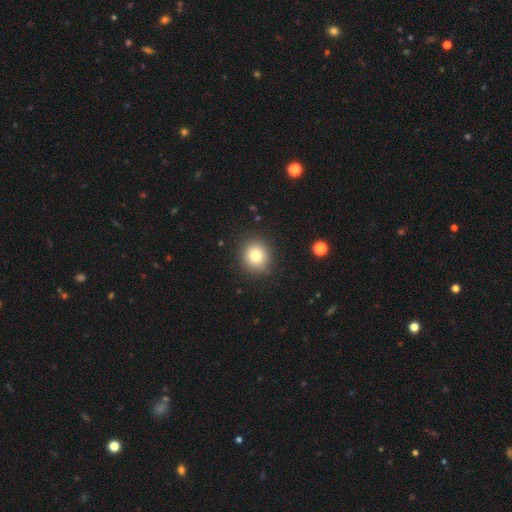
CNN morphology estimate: smooth_or_featured: smooth (p=0.78) [alt: star or artifact p=0.12]
how_rounded: round (p=0.87) [alt: in between p=0.12]
merging: none (p=0.88) [alt: minor disturbance p=0.08]